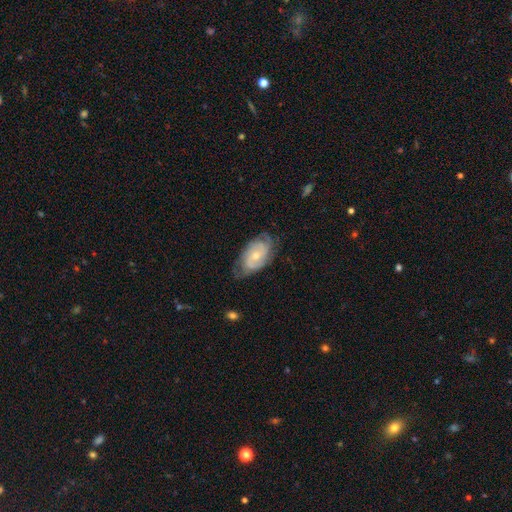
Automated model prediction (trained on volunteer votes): The model was most divided on "bulge size": small: 49%, moderate: 47%, large: 2%, none: 2%, dominant: 1%. Remaining: edge-on disk — no (95%); spiral arms — yes (91%); smooth or featured — featured or disk (74%); merging — none (67%); bar — no (66%); spiral winding — tight (54%); spiral arm count — 2 (42%).